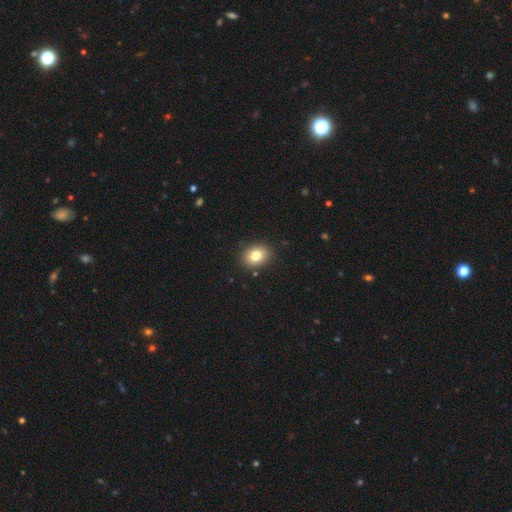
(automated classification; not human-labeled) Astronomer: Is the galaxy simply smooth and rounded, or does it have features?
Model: smooth — 80%.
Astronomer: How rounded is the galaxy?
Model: in between — 54% (runner-up: round, 45%).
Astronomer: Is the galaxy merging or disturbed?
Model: none — 88%.